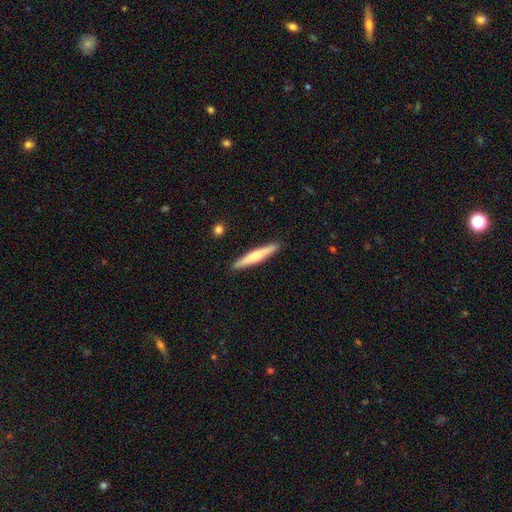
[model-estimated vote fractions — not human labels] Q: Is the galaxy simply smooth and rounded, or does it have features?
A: smooth — 54%.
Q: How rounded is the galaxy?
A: cigar-shaped — 93%.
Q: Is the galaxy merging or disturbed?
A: none — 91%.